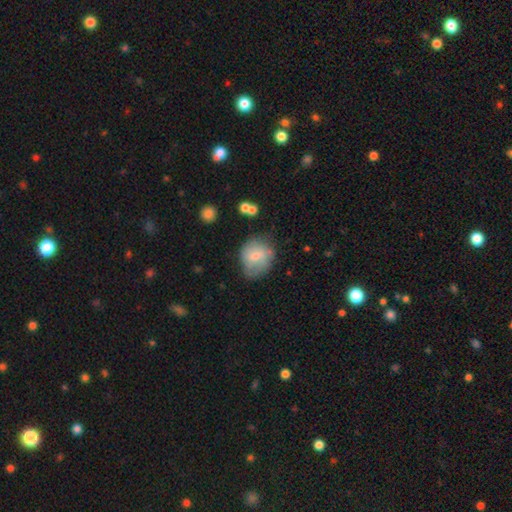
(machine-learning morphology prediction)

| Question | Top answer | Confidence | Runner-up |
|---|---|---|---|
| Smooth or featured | smooth | 58% | featured or disk (34%) |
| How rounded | round | 70% | in between (29%) |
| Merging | none | 59% | minor disturbance (27%) |